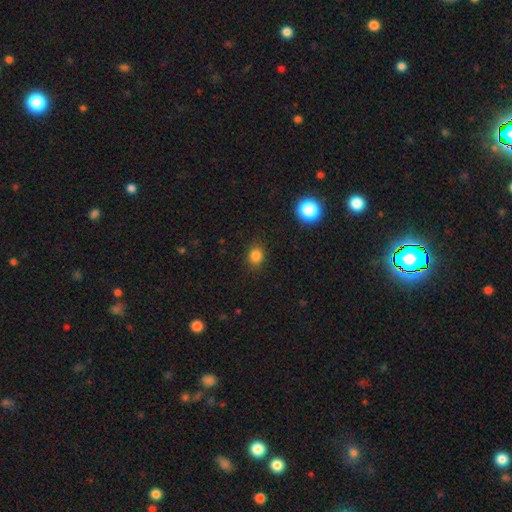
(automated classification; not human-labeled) A smooth galaxy with no disk features (82%) that is round (67%).

Vote fractions:
- Smooth or featured? smooth: 82% / star or artifact: 13% / featured or disk: 4%
- How rounded? round: 67% / in between: 32% / cigar-shaped: 1%
- Merging? none: 87% / minor disturbance: 9% / major disturbance: 3% / merger: 1%